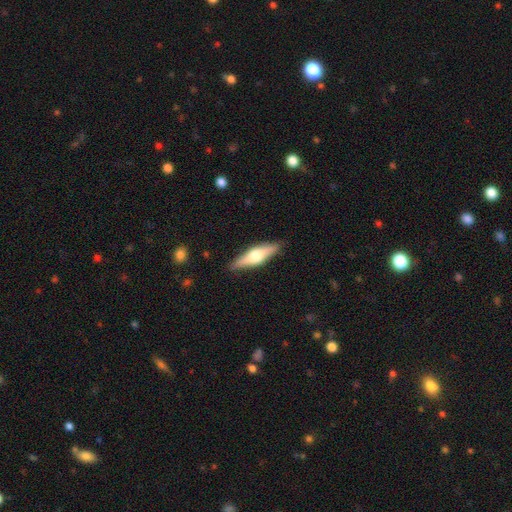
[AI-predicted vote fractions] The model was most divided on "smooth or featured": featured or disk: 54%, smooth: 41%, star or artifact: 6%. More confident: edge-on disk — yes (93%); merging — none (87%).